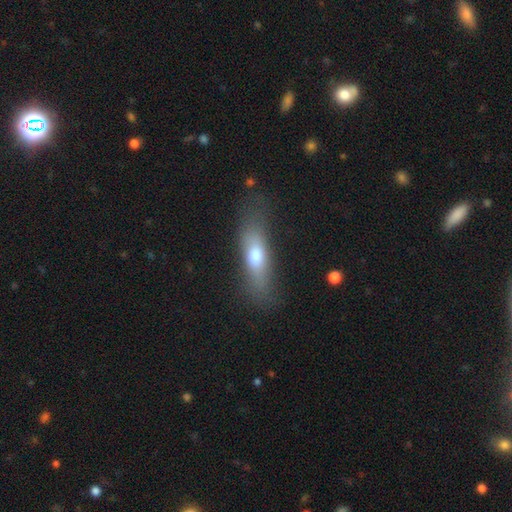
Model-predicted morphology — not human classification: The model was most divided on "how rounded": cigar-shaped: 49%, in between: 47%, round: 4%. More confident: merging — none (68%); smooth or featured — smooth (66%).